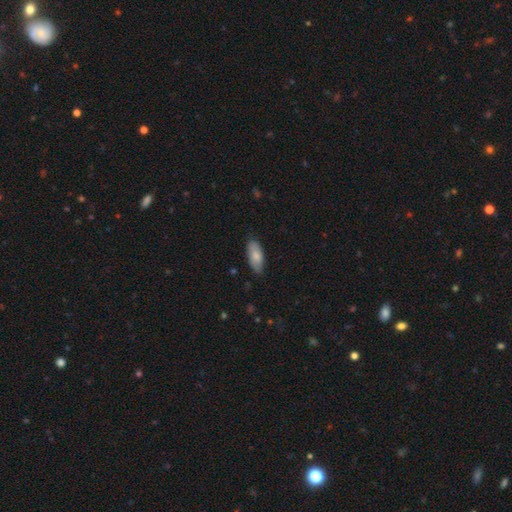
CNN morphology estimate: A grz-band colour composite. It shows a smooth galaxy with no disk features (80%) that is in between round and cigar-shaped (84%). Merging: none (78%).